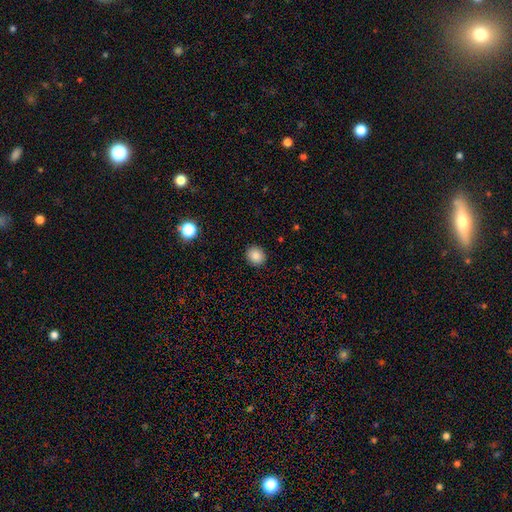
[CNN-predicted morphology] smooth-or-featured: smooth: 86% | star or artifact: 10% | featured or disk: 4%
  how-rounded: round: 74% | in between: 25% | cigar-shaped: 1%
  merging: none: 91% | minor disturbance: 6% | major disturbance: 2% | merger: 1%